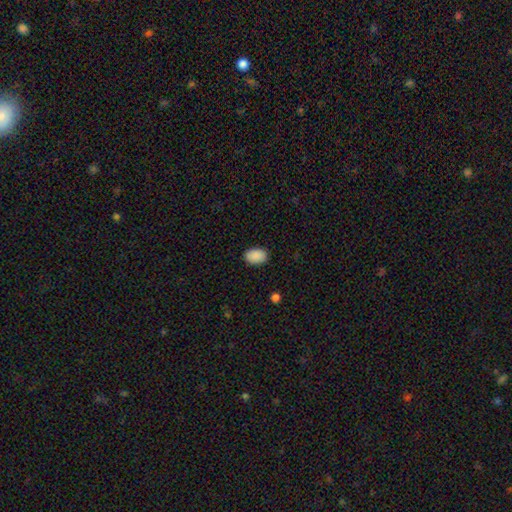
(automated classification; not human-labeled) A smooth galaxy with no disk features (90%) that is in between round and cigar-shaped (88%).

Vote fractions:
- Smooth or featured? smooth: 90% / star or artifact: 7% / featured or disk: 3%
- How rounded? in between: 88% / round: 11% / cigar-shaped: 1%
- Merging? none: 89% / minor disturbance: 8% / major disturbance: 2% / merger: 1%